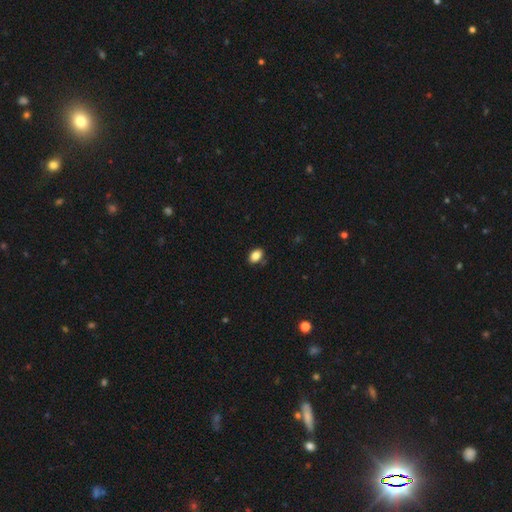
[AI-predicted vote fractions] smooth-or-featured: smooth: 84% | star or artifact: 9% | featured or disk: 7%
  how-rounded: in between: 87% | round: 11% | cigar-shaped: 2%
  merging: none: 82% | minor disturbance: 12% | merger: 3% | major disturbance: 2%